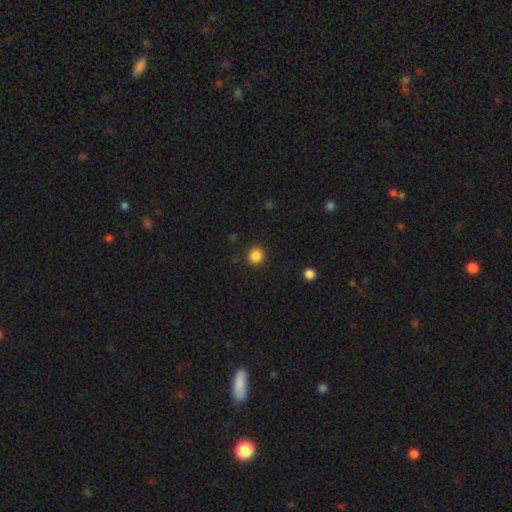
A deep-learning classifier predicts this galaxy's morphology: smooth-or-featured: smooth: 86% | star or artifact: 11% | featured or disk: 3%
  how-rounded: round: 90% | in between: 10% | cigar-shaped: 1%
  merging: none: 91% | minor disturbance: 6% | major disturbance: 2% | merger: 1%